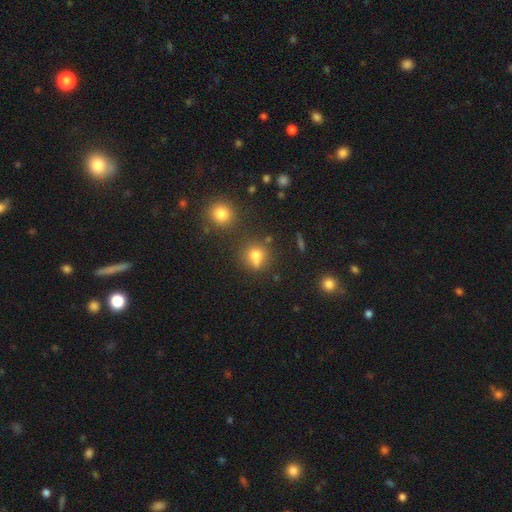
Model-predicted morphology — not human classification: This appears to be a smooth galaxy with no disk features (70%) that is round (81%). Merging: none (59%).